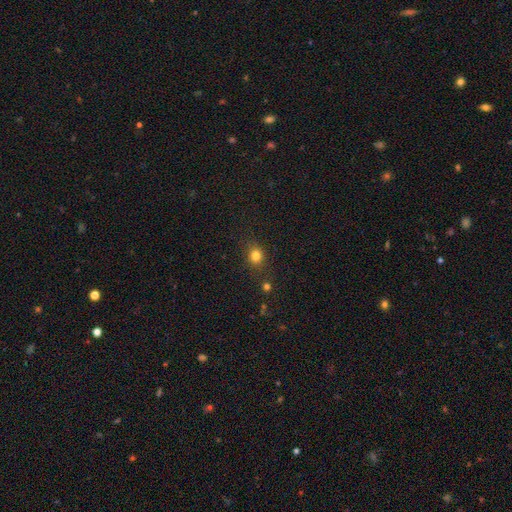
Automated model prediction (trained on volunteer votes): A smooth galaxy with no disk features (79%) that is round (73%).

Vote fractions:
- Smooth or featured? smooth: 79% / star or artifact: 15% / featured or disk: 6%
- How rounded? round: 73% / in between: 26% / cigar-shaped: 1%
- Merging? none: 79% / minor disturbance: 12% / major disturbance: 4% / merger: 4%